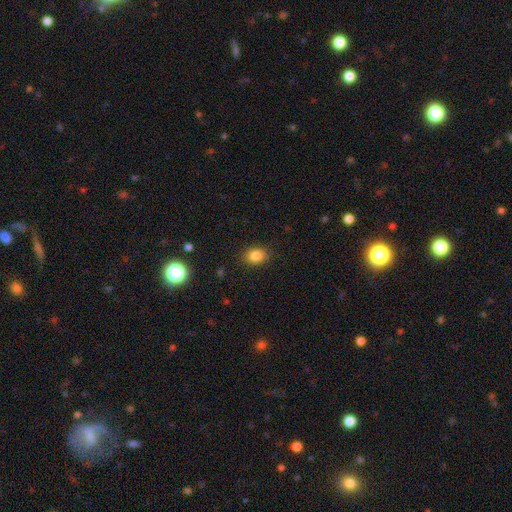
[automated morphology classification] Q: Smooth or featured?
A: smooth (84%); runner-up: star or artifact (11%)
Q: How rounded?
A: in between (66%); runner-up: round (33%)
Q: Merging?
A: none (87%); runner-up: minor disturbance (9%)